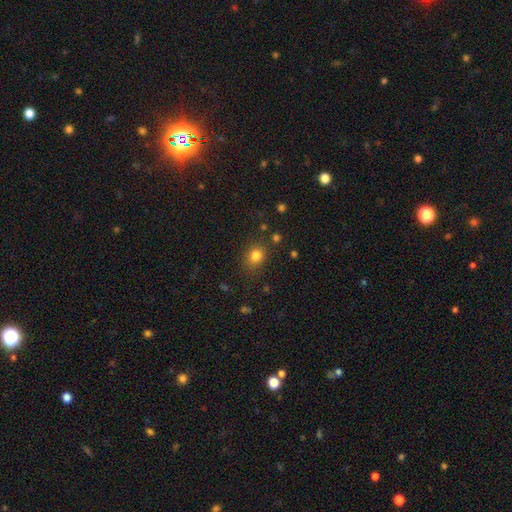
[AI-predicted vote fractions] A smooth galaxy with no disk features (82%) that is round (63%). Merging: none (79%).